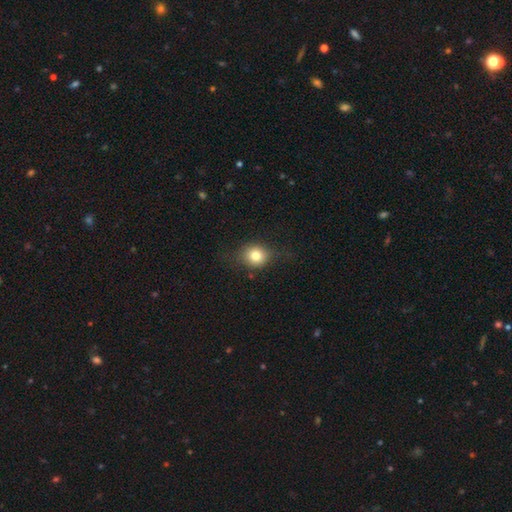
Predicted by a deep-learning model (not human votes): smooth-or-featured: smooth: 77% | featured or disk: 12% | star or artifact: 11%
  how-rounded: round: 72% | in between: 26% | cigar-shaped: 1%
  merging: none: 73% | minor disturbance: 19% | major disturbance: 7% | merger: 1%